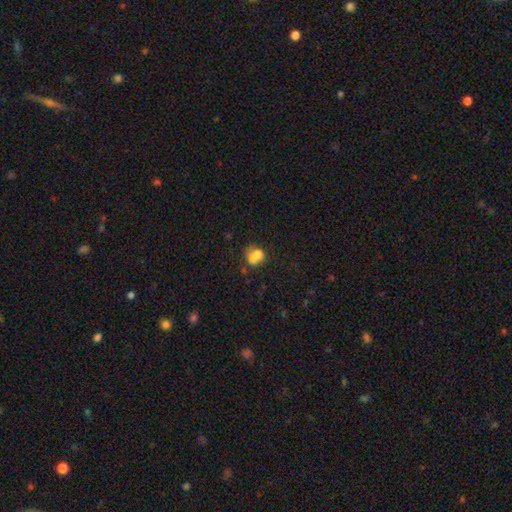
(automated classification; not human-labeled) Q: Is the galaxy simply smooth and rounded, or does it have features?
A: smooth — 66%.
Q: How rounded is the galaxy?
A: round — 65%.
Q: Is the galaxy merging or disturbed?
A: merger — 59%.